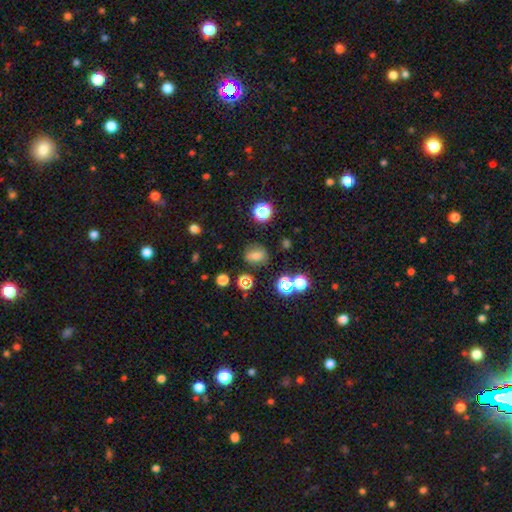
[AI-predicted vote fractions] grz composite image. It shows a smooth galaxy with no disk features (65%) that is round (51%). Merging: none (74%).